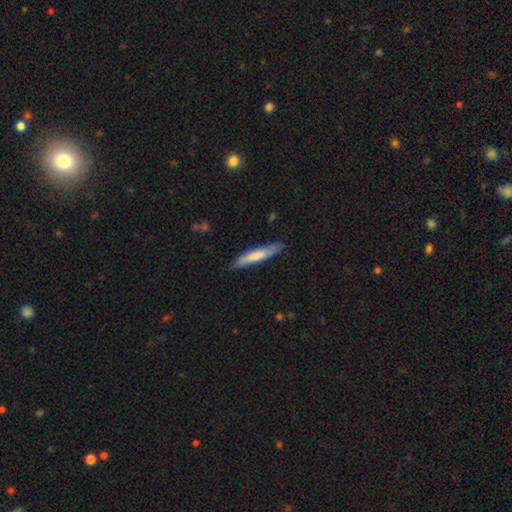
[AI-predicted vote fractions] Q: Smooth or featured?
A: smooth (64%); runner-up: featured or disk (31%)
Q: How rounded?
A: cigar-shaped (89%); runner-up: in between (10%)
Q: Merging?
A: none (82%); runner-up: minor disturbance (14%)